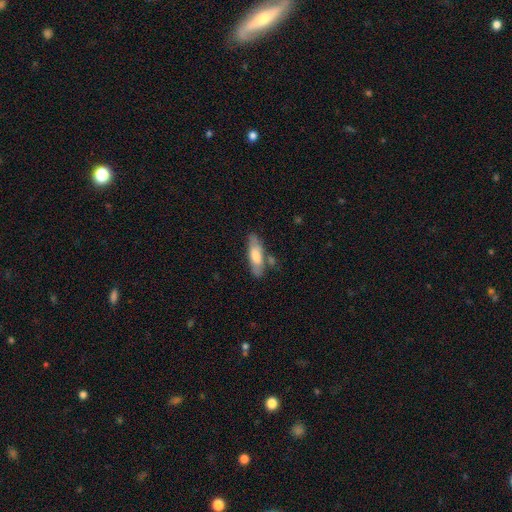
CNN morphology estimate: A smooth galaxy with no disk features (64%) that is in between round and cigar-shaped (55%).

Vote fractions:
- Smooth or featured? smooth: 64% / featured or disk: 30% / star or artifact: 6%
- How rounded? in between: 55% / cigar-shaped: 43% / round: 2%
- Merging? none: 68% / minor disturbance: 19% / merger: 8% / major disturbance: 5%